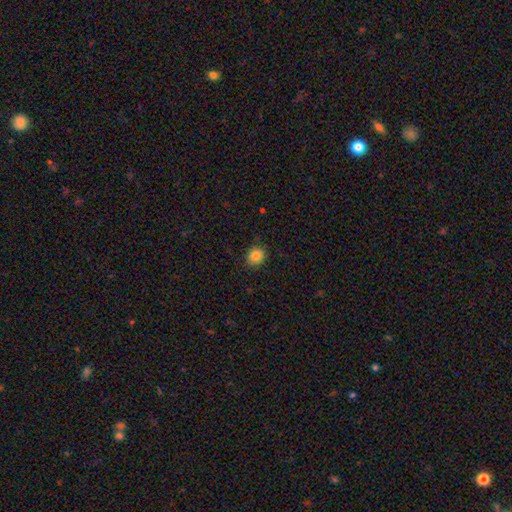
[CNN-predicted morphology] Smooth or featured? Predicted: smooth (p=0.84). How rounded? Predicted: round (p=0.75). Merging? Predicted: none (p=0.88).